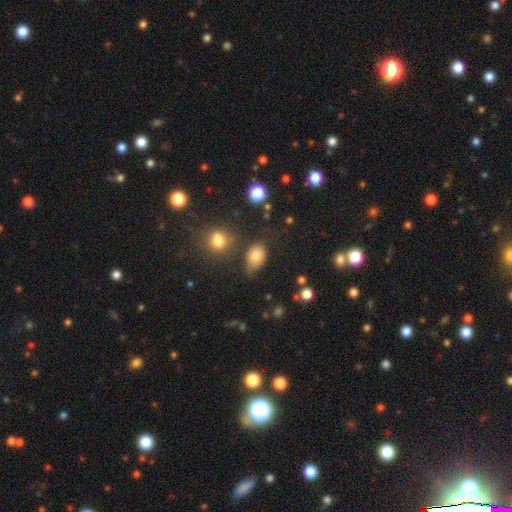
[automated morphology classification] smooth_or_featured: smooth (p=0.79) [alt: star or artifact p=0.11]
how_rounded: in between (p=0.82) [alt: round p=0.17]
merging: none (p=0.53) [alt: minor disturbance p=0.30]